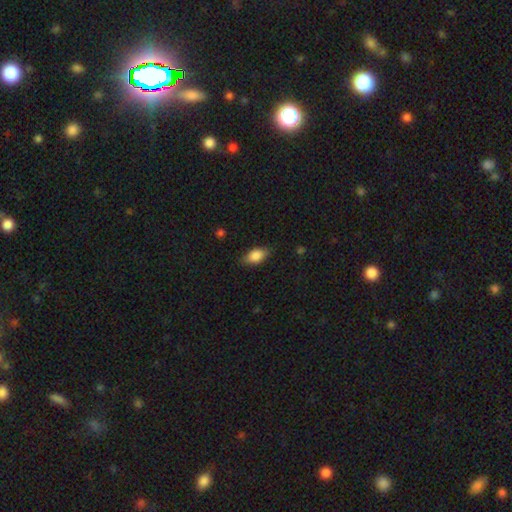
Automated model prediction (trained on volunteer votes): smooth_or_featured: smooth (p=0.83) [alt: featured or disk p=0.09]
how_rounded: in between (p=0.88) [alt: round p=0.06]
merging: none (p=0.82) [alt: minor disturbance p=0.14]